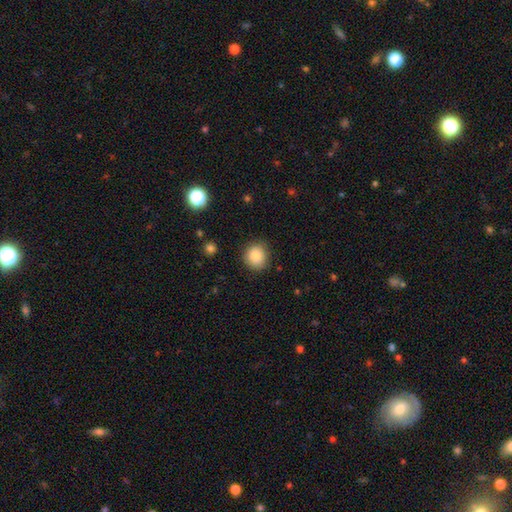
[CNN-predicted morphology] A smooth galaxy with no disk features (86%) that is round (85%). Merging: none (85%).